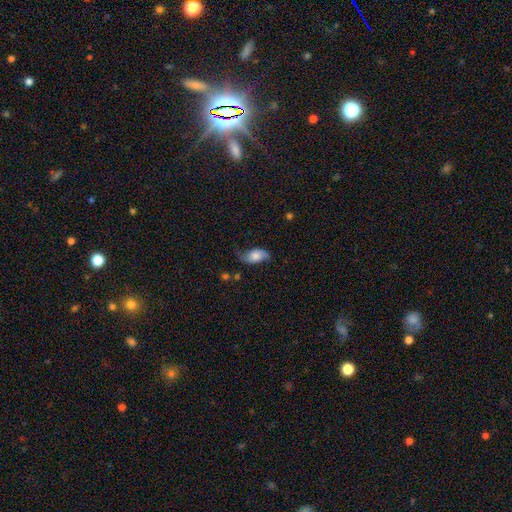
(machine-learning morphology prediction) Smooth or featured? Predicted: smooth (p=0.52). How rounded? Predicted: in between (p=0.90). Merging? Predicted: none (p=0.58).